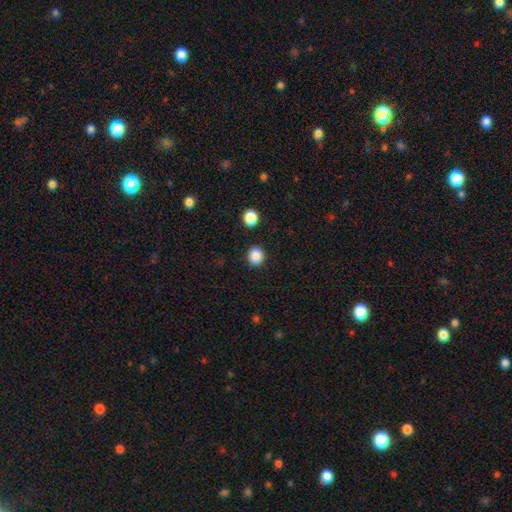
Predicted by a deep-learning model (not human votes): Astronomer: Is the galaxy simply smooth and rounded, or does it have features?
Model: smooth — 87%.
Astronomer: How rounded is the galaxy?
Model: round — 82%.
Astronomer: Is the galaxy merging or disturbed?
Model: none — 90%.